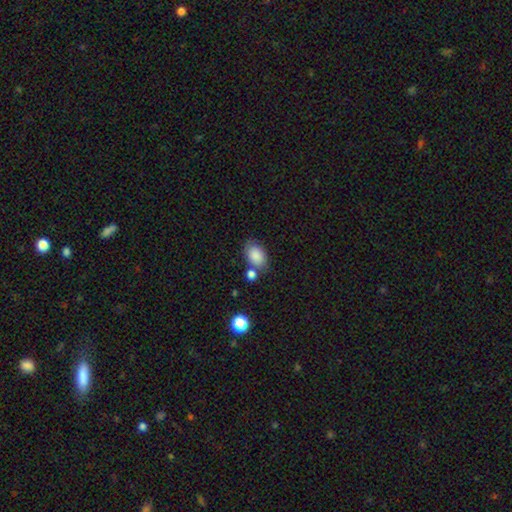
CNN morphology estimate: This appears to be a smooth galaxy with no disk features (85%) that is in between round and cigar-shaped (84%). Merging: none (64%).